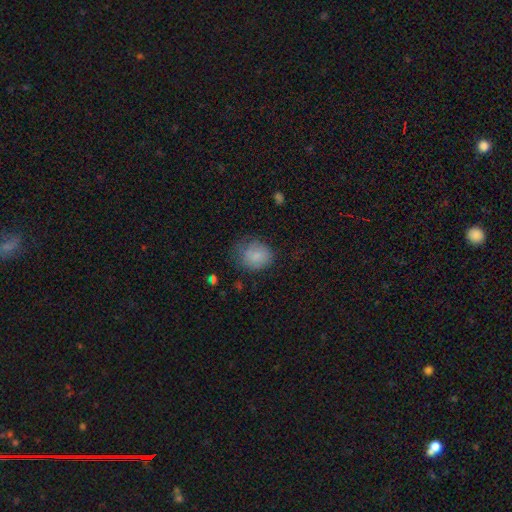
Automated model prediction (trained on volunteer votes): Smooth or featured: smooth — 82% (featured or disk — 9%)
How rounded: round — 62% (in between — 38%)
Merging: none — 58% (minor disturbance — 28%)